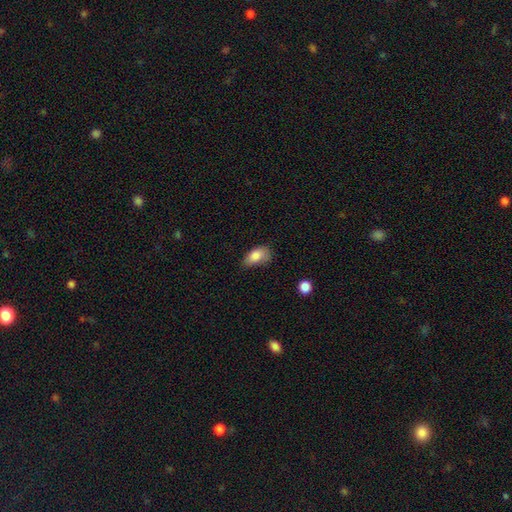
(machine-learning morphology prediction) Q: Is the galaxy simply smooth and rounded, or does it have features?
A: smooth — 84%.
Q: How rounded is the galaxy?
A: in between — 90%.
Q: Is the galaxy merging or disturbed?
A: none — 47%.